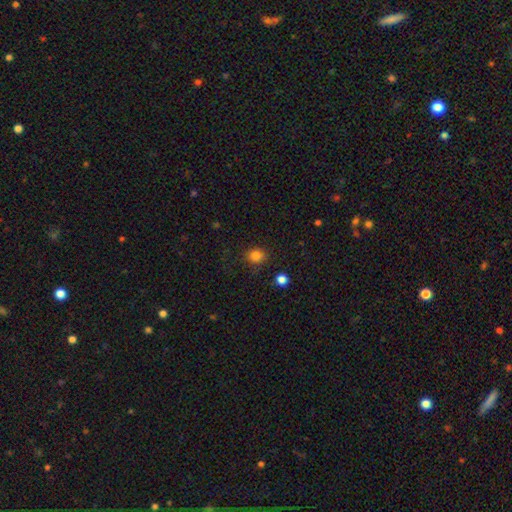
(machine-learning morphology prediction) A smooth galaxy with no disk features (83%) that is round (72%).

Vote fractions:
- Smooth or featured? smooth: 83% / star or artifact: 13% / featured or disk: 4%
- How rounded? round: 72% / in between: 27% / cigar-shaped: 1%
- Merging? none: 83% / minor disturbance: 11% / major disturbance: 4% / merger: 2%